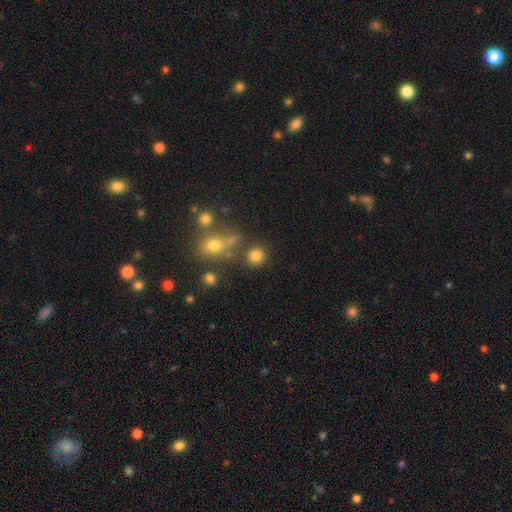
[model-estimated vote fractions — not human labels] This is likely a smooth galaxy (79%). How rounded: clearly round (87%). Merging: likely none (75%).